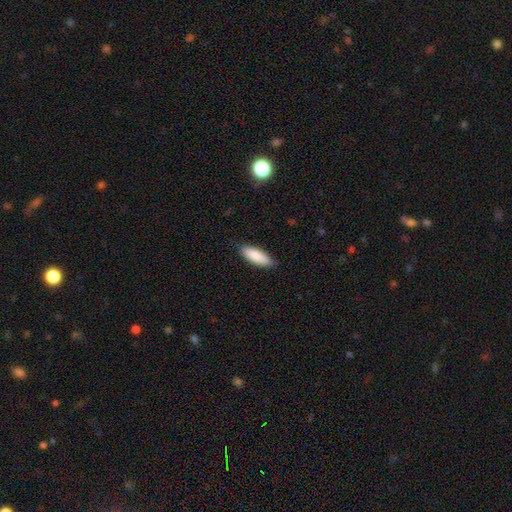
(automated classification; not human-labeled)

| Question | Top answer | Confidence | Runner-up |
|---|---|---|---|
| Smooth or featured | smooth | 87% | featured or disk (8%) |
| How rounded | in between | 65% | cigar-shaped (33%) |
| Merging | none | 85% | minor disturbance (12%) |